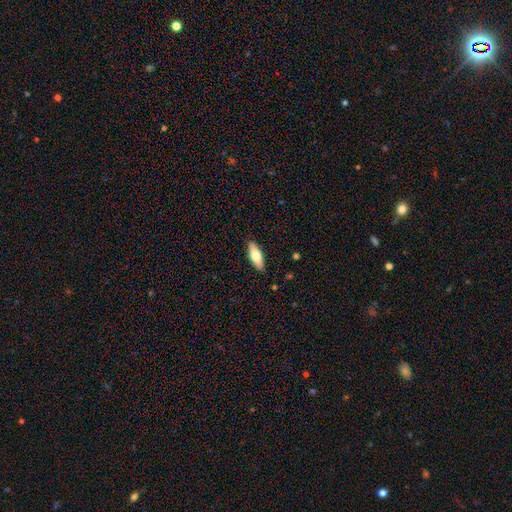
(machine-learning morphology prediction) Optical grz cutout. It shows a smooth galaxy with no disk features (73%) that is in between round and cigar-shaped (67%). Merging: none (89%).